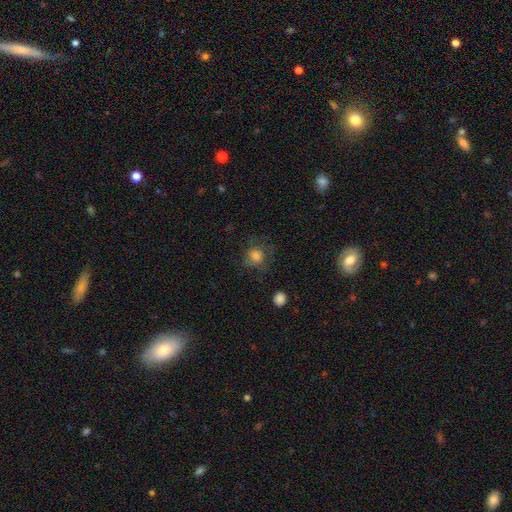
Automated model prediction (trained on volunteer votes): smooth_or_featured: smooth (p=0.67) [alt: featured or disk p=0.20]
how_rounded: round (p=0.82) [alt: in between p=0.17]
merging: none (p=0.64) [alt: minor disturbance p=0.19]